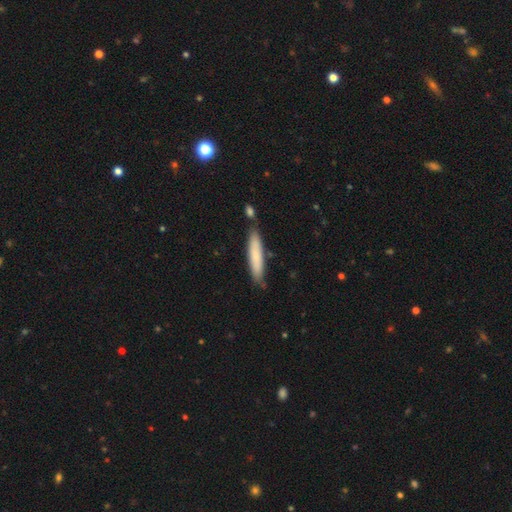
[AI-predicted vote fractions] A smooth galaxy with no disk features (77%) that is cigar-shaped (86%). Merging: none (76%).